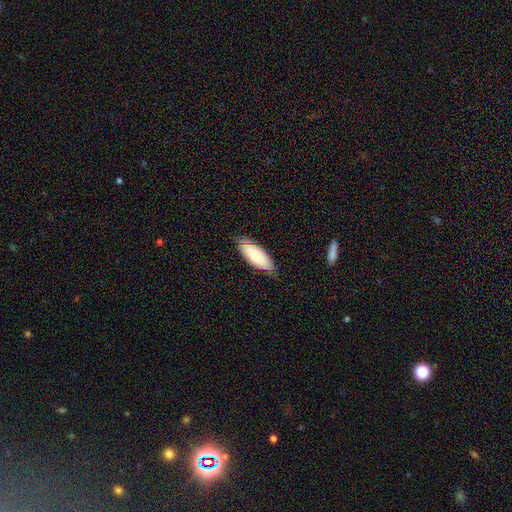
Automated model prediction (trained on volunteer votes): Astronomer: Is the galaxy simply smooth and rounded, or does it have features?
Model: smooth — 74%.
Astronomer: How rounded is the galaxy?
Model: in between — 78%.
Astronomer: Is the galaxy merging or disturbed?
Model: none — 72%.